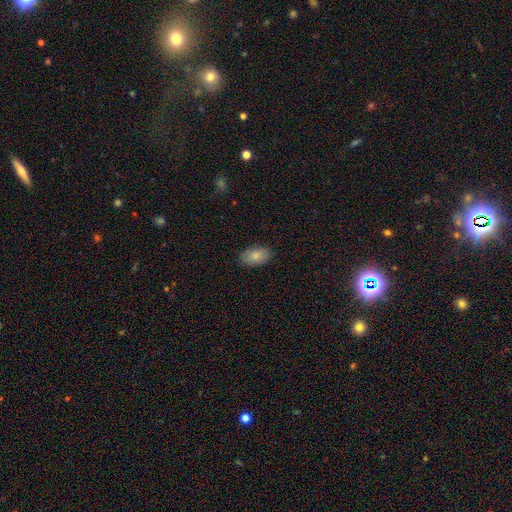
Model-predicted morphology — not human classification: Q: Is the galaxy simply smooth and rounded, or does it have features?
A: smooth — 84%.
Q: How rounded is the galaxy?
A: in between — 93%.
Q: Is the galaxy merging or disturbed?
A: none — 87%.